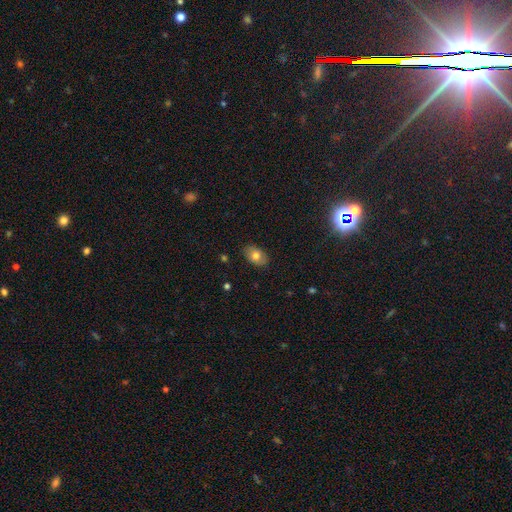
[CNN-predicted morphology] Overall: smooth (76%). How rounded: in between (88%). Merging: none (87%).